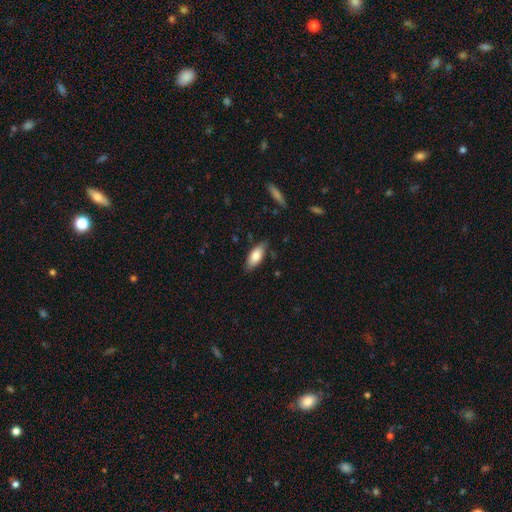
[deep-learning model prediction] Smooth or featured? smooth (77%)
How rounded? in between (79%)
Merging? none (81%)